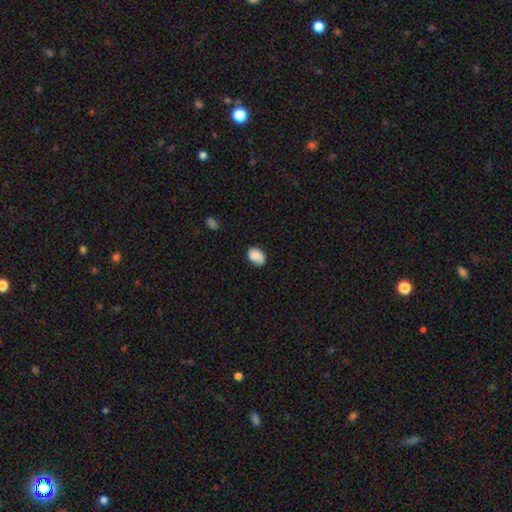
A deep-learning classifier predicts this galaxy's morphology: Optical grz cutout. It shows a smooth galaxy with no disk features (75%) that is in between round and cigar-shaped (73%). Merging: none (60%).